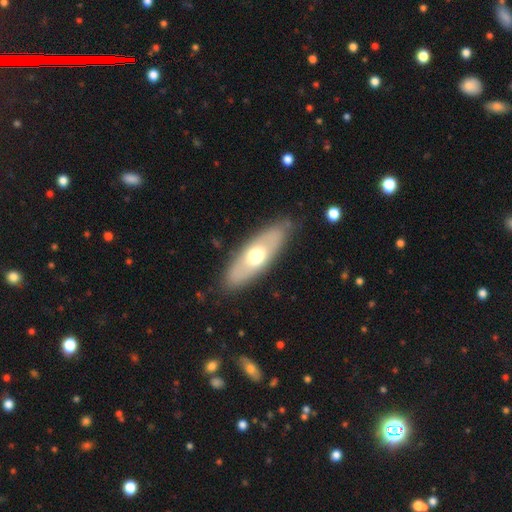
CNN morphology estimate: smooth 55%, featured or disk 39%, star or artifact 6%. Down the decision tree: how rounded — in between (66%); merging — none (84%).